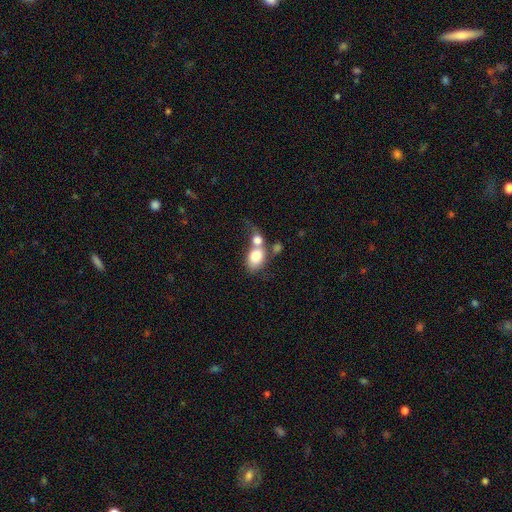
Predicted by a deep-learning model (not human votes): Morphology: type=smooth (77%); roundness=in between (69%); merging=merger (62%).